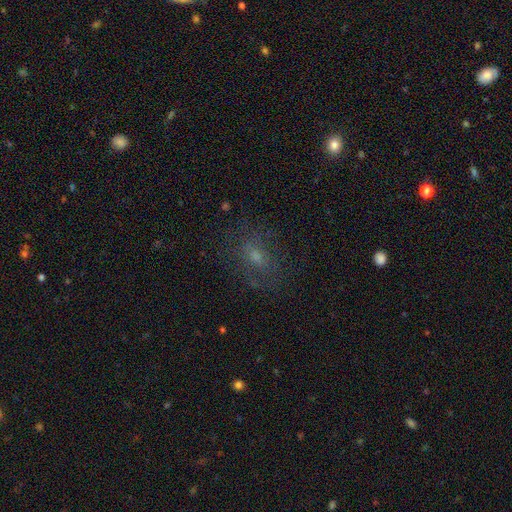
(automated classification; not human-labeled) The model was most divided on "smooth or featured": smooth: 44%, featured or disk: 36%, star or artifact: 20%. More confident: merging — none (69%).